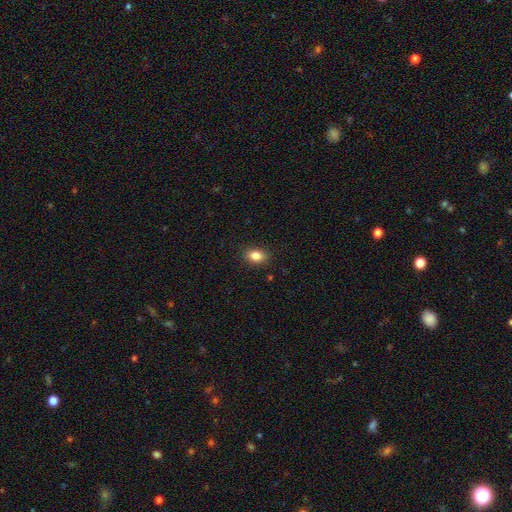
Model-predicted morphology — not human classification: smooth_or_featured: smooth (p=0.84) [alt: star or artifact p=0.09]
how_rounded: in between (p=0.76) [alt: round p=0.23]
merging: none (p=0.88) [alt: minor disturbance p=0.09]